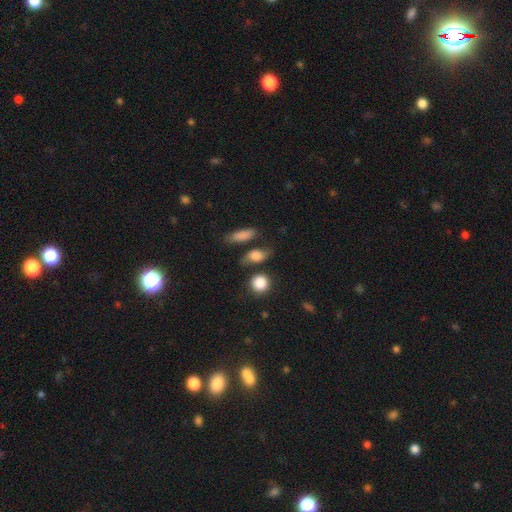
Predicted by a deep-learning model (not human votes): A smooth galaxy with no disk features (76%) that is in between round and cigar-shaped (52%). Merging: none (62%).